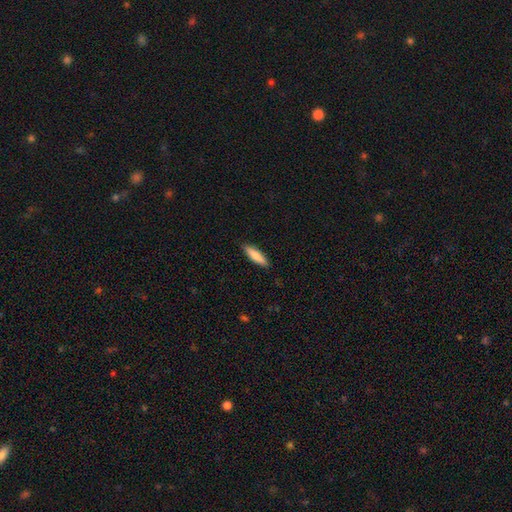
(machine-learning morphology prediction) type=smooth (81%); roundness=cigar-shaped (71%); merging=none (89%).